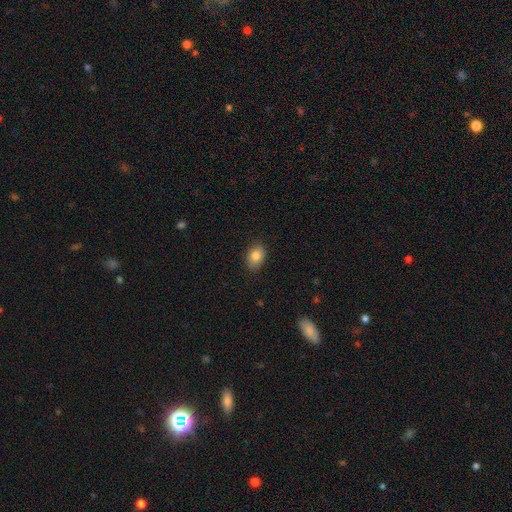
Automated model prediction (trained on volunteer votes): smooth 83%, featured or disk 9%, star or artifact 8%. Down the decision tree: how rounded — in between (78%); merging — none (84%).